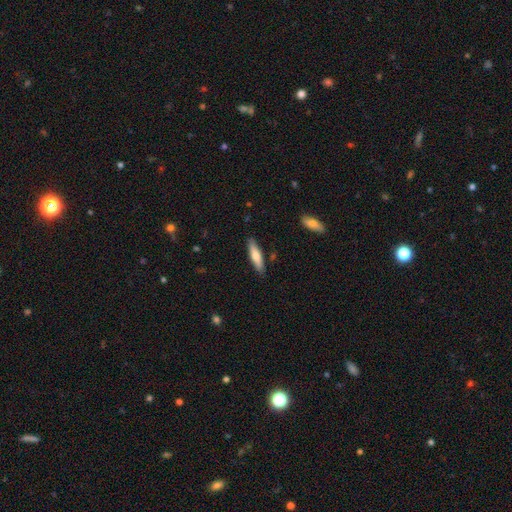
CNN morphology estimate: Smooth or featured? smooth (67%)
How rounded? cigar-shaped (75%)
Merging? none (87%)